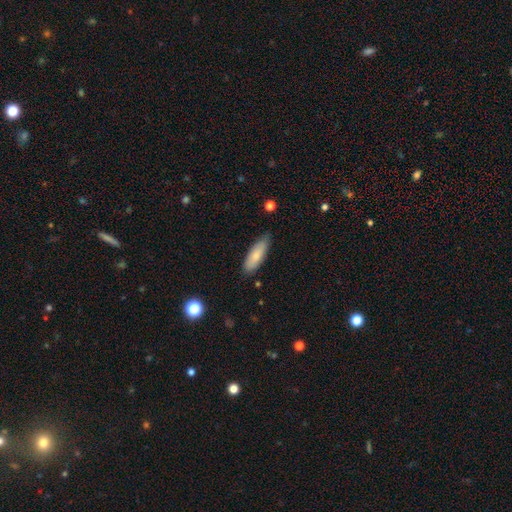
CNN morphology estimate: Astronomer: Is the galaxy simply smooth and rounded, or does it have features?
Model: smooth — 80%.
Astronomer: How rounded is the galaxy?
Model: in between — 61% (runner-up: cigar-shaped, 37%).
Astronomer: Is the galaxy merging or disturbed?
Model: none — 75%.